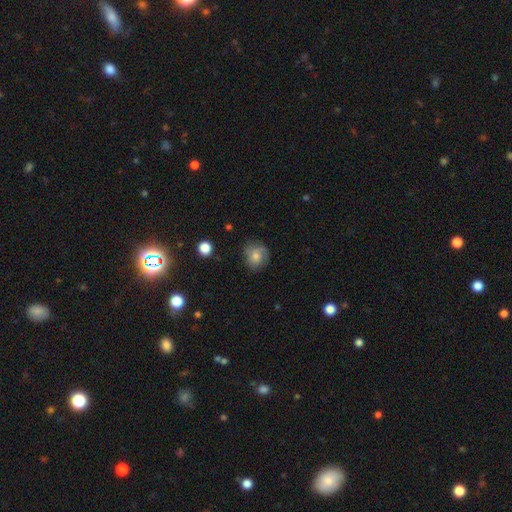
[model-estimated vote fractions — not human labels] A smooth galaxy with no disk features (64%) that is round (78%). Merging: none (68%).